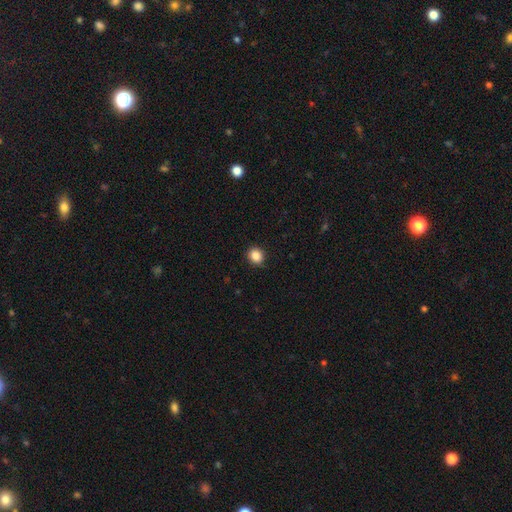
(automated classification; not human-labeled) Smooth or featured: smooth — 87% (star or artifact — 10%)
How rounded: round — 79% (in between — 20%)
Merging: none — 89% (minor disturbance — 8%)